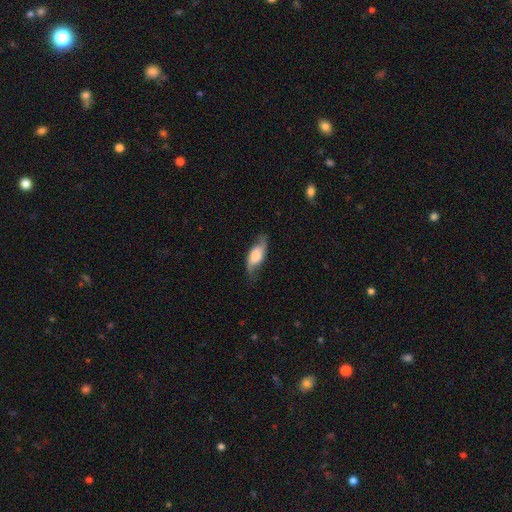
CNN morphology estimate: The model was most divided on "smooth or featured": featured or disk: 56%, smooth: 37%, star or artifact: 7%. More confident: edge-on disk — no (73%); merging — none (72%).